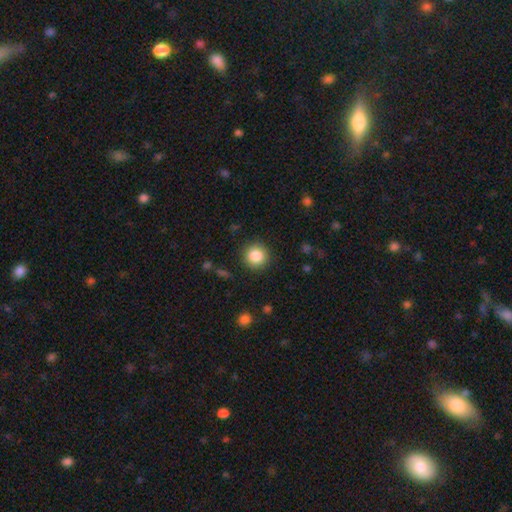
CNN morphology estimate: A smooth galaxy with no disk features (85%) that is round (94%).

Vote fractions:
- Smooth or featured? smooth: 85% / star or artifact: 10% / featured or disk: 5%
- How rounded? round: 94% / in between: 5% / cigar-shaped: 1%
- Merging? none: 89% / minor disturbance: 7% / major disturbance: 2% / merger: 1%